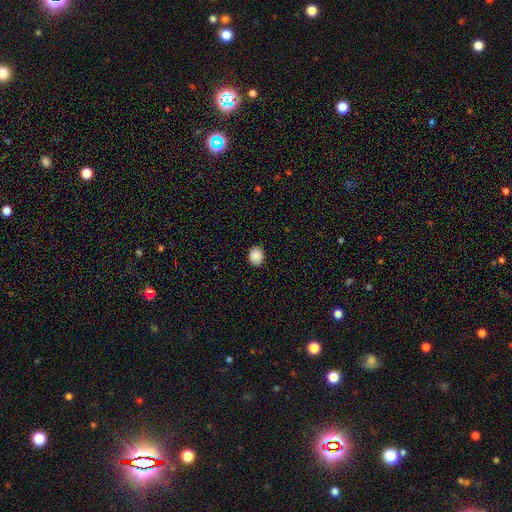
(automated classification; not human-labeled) Q: Smooth or featured?
A: smooth (89%); runner-up: star or artifact (9%)
Q: How rounded?
A: round (66%); runner-up: in between (33%)
Q: Merging?
A: none (89%); runner-up: minor disturbance (8%)